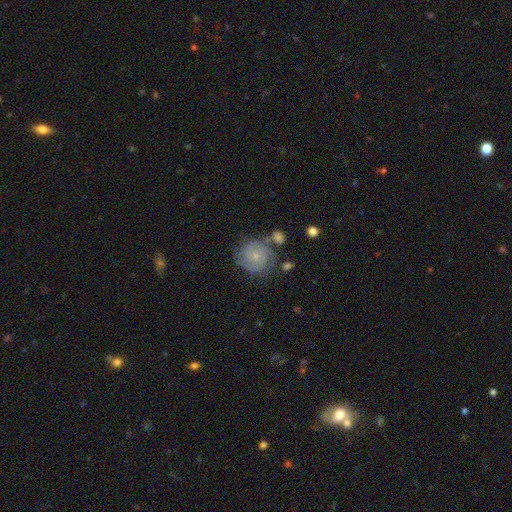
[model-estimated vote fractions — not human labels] This appears to be a featured or disk galaxy (57%) with no bar (81%), spiral arms (86%) and a small central bulge (72%). Merging: none (63%).